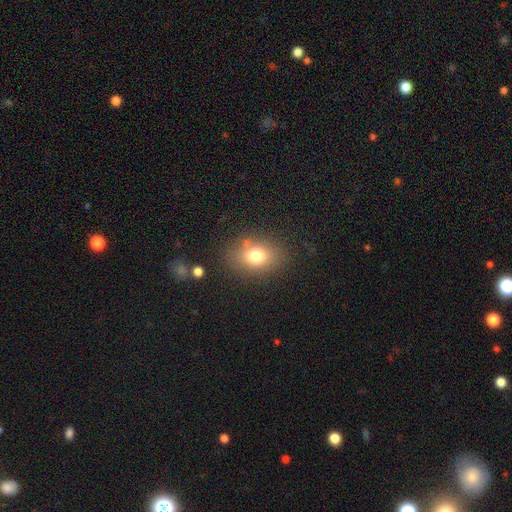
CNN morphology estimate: This appears to be a smooth galaxy with no disk features (75%) that is in between round and cigar-shaped (64%). Merging: none (78%).